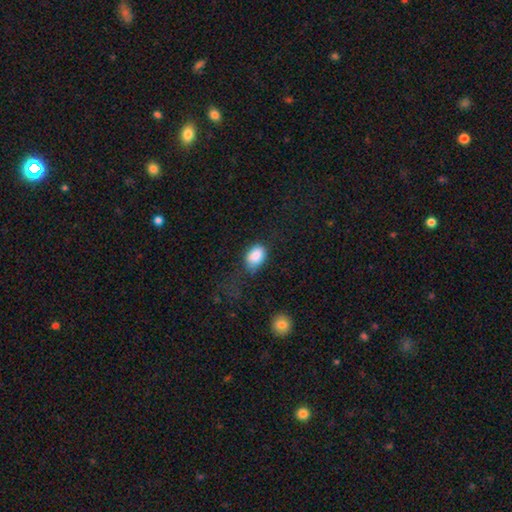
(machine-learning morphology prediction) The model was most divided on "merging": none: 49%, minor disturbance: 30%, major disturbance: 18%, merger: 3%. More confident: smooth or featured — smooth (85%); how rounded — in between (80%).